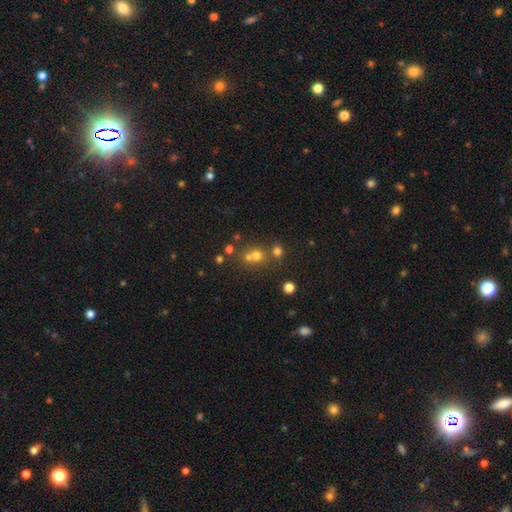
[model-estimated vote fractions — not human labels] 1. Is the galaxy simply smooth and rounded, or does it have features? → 60% smooth, 26% star or artifact, 14% featured or disk.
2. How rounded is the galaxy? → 83% round, 16% in between, 1% cigar-shaped.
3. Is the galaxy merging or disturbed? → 48% none, 42% merger, 7% minor disturbance, 3% major disturbance.